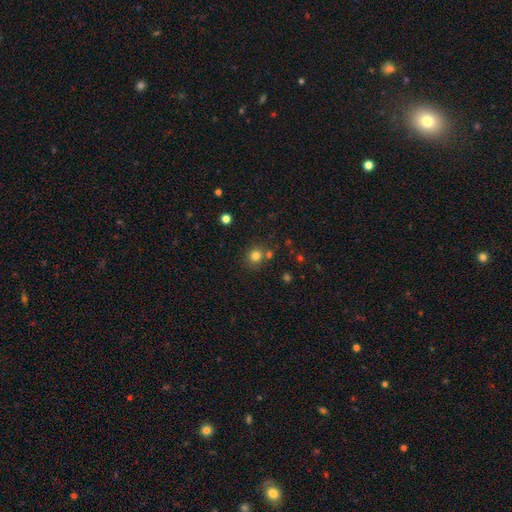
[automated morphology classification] Smooth or featured: smooth — 79% (star or artifact — 14%)
How rounded: round — 88% (in between — 11%)
Merging: none — 73% (merger — 15%)